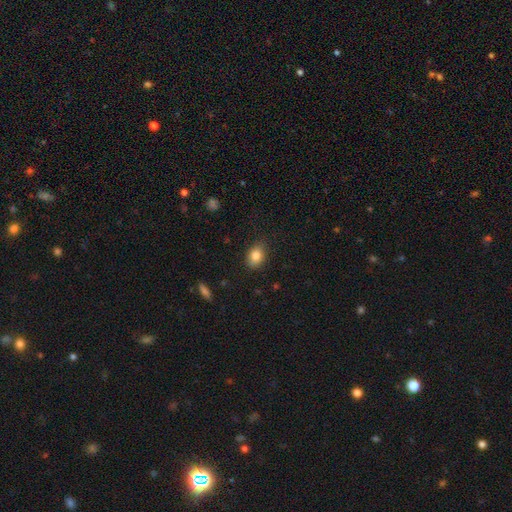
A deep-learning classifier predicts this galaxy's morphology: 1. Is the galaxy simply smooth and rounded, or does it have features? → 84% smooth, 9% star or artifact, 7% featured or disk.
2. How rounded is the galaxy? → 73% in between, 26% round, 1% cigar-shaped.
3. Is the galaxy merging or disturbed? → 82% none, 14% minor disturbance, 3% major disturbance, 1% merger.